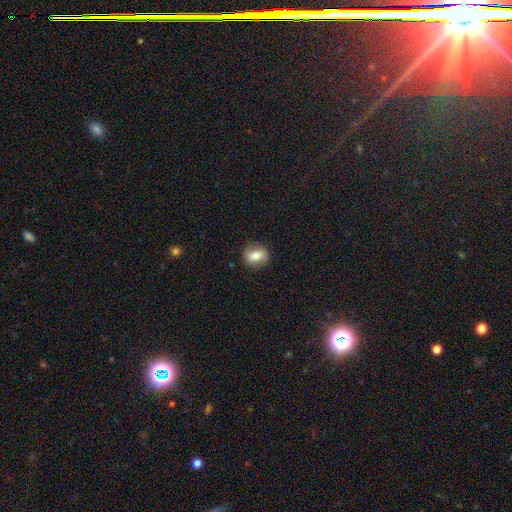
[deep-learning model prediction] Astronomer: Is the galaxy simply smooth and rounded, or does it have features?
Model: smooth — 64%.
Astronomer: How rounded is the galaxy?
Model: round — 60% (runner-up: in between, 38%).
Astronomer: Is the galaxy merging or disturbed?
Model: none — 85%.